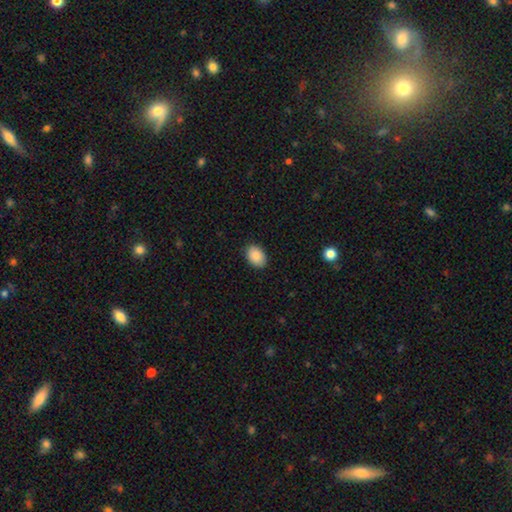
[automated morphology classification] Q: Smooth or featured?
A: smooth (89%); runner-up: star or artifact (7%)
Q: How rounded?
A: in between (83%); runner-up: round (16%)
Q: Merging?
A: none (89%); runner-up: minor disturbance (8%)